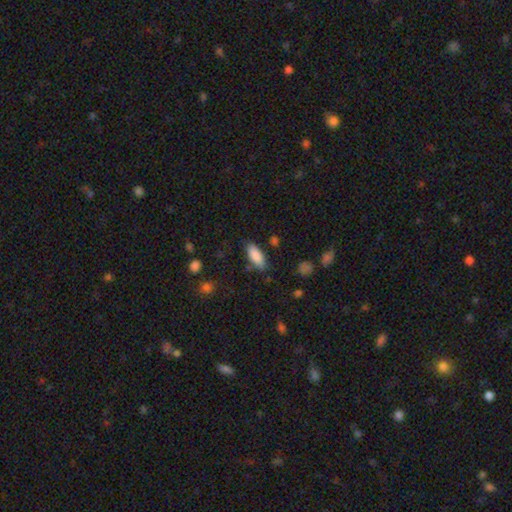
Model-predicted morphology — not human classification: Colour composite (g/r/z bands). It shows a smooth galaxy with no disk features (87%) that is in between round and cigar-shaped (79%). Merging: none (81%).